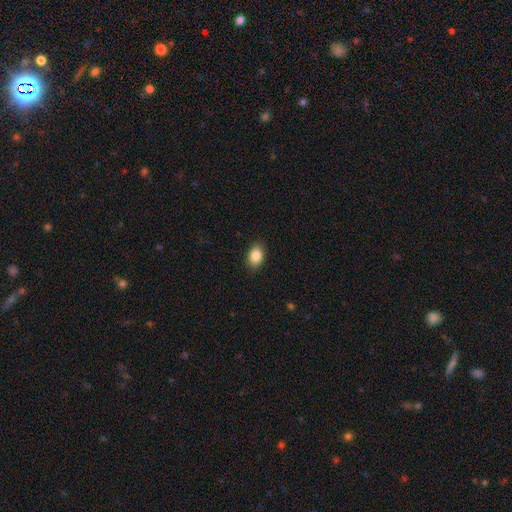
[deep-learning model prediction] Morphology: type=smooth (86%); roundness=in between (82%); merging=none (88%).